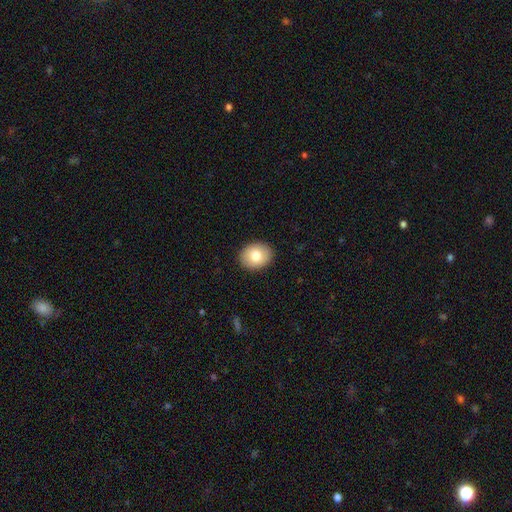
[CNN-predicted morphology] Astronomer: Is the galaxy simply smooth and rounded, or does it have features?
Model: smooth — 78%.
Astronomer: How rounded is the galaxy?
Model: in between — 50% (runner-up: round, 49%).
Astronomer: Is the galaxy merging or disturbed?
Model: none — 90%.